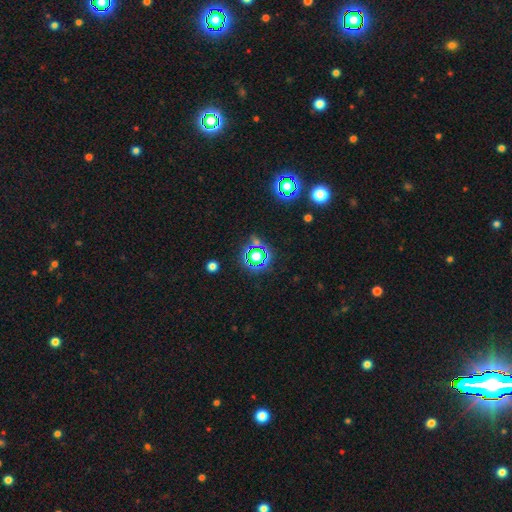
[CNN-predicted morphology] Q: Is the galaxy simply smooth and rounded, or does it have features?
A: star or artifact — 57%.